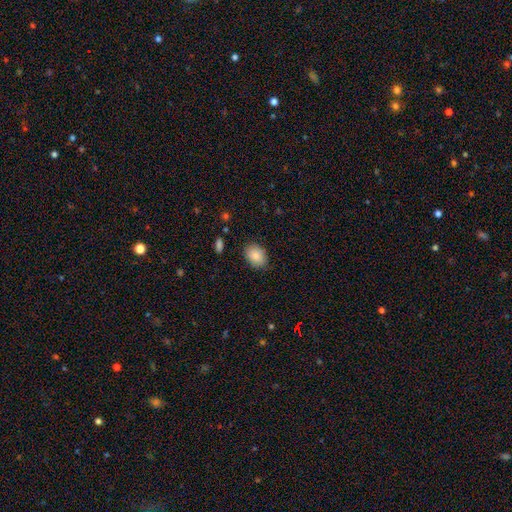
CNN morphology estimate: This is clearly a smooth galaxy (87%). How rounded: likely in between (73%). Merging: clearly none (84%).